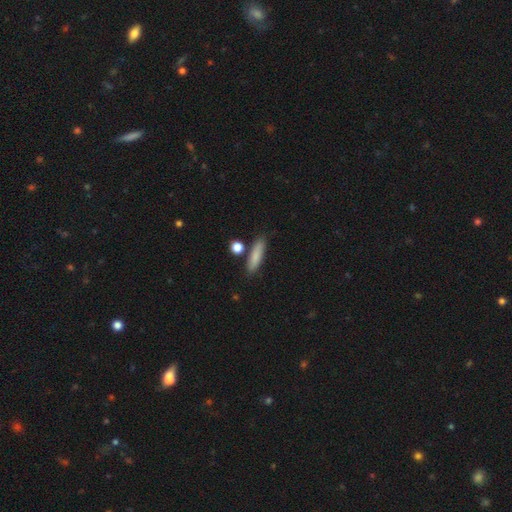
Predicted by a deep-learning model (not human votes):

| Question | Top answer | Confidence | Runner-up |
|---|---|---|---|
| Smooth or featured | smooth | 82% | featured or disk (11%) |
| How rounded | cigar-shaped | 66% | in between (30%) |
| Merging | none | 79% | minor disturbance (11%) |